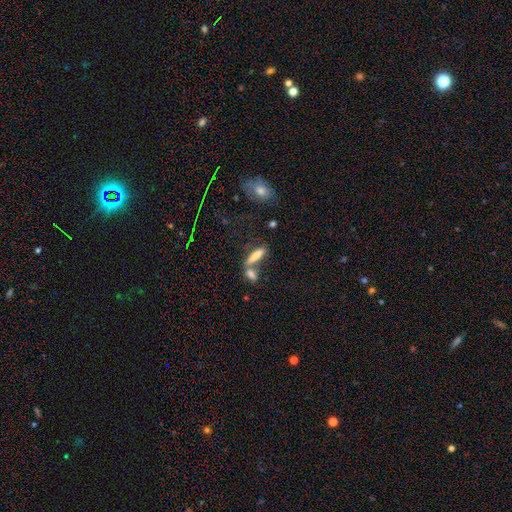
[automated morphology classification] smooth-or-featured: smooth: 72% | featured or disk: 18% | star or artifact: 10%
  how-rounded: cigar-shaped: 63% | in between: 34% | round: 3%
  merging: none: 44% | merger: 42% | minor disturbance: 9% | major disturbance: 5%